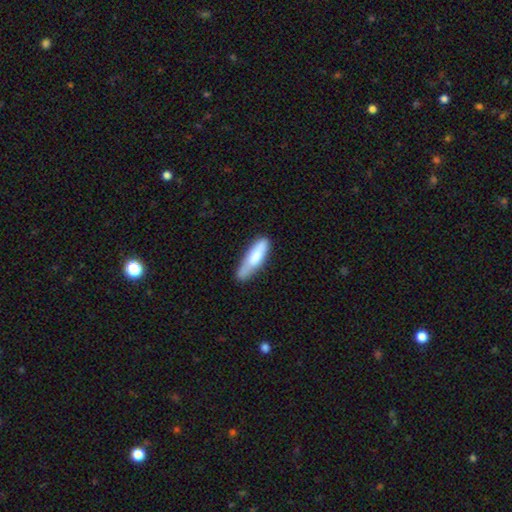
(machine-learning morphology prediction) A smooth galaxy with no disk features (76%) that is cigar-shaped (68%).

Vote fractions:
- Smooth or featured? smooth: 76% / featured or disk: 18% / star or artifact: 6%
- How rounded? cigar-shaped: 68% / in between: 31% / round: 2%
- Merging? none: 57% / minor disturbance: 30% / major disturbance: 7% / merger: 5%